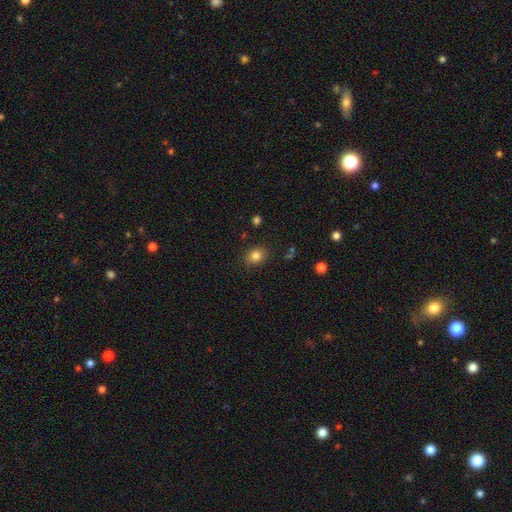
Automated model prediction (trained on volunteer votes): This appears to be a smooth galaxy with no disk features (83%) that is in between round and cigar-shaped (50%). Merging: none (85%).